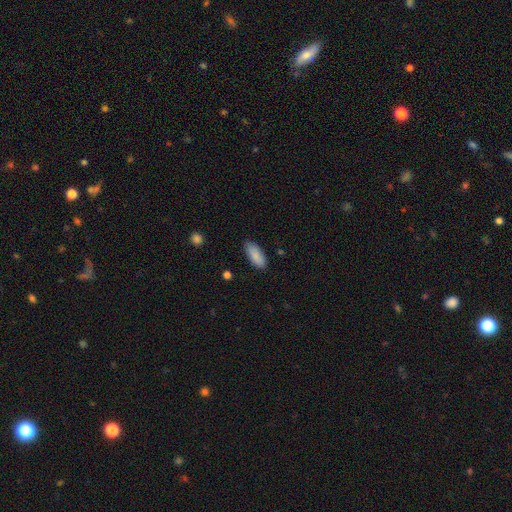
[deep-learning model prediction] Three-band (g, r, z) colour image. It shows a smooth galaxy with no disk features (88%) that is in between round and cigar-shaped (84%). Merging: none (83%).